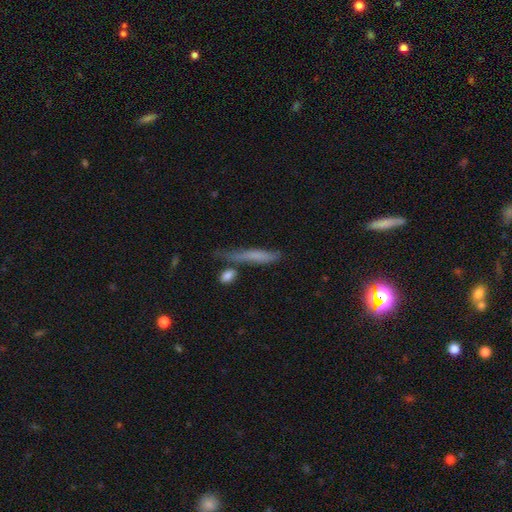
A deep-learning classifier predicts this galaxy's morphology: Overall: smooth (61%; featured or disk 29%). How rounded: cigar-shaped (88%). Merging: none (58%; minor disturbance 21%).